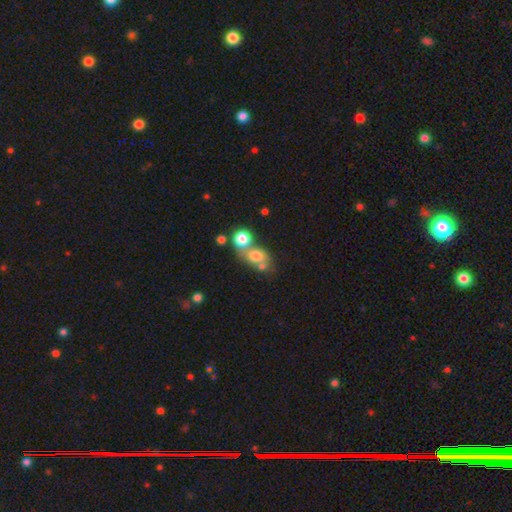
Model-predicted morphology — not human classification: A smooth galaxy with no disk features (68%) that is round (53%). Merging: merger (51%).